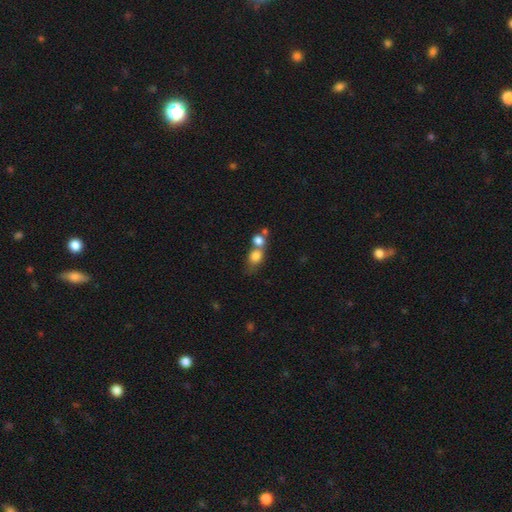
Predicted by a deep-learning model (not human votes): This is likely a smooth galaxy (78%). How rounded: possibly round (53%). Merging: possibly merger (59%).